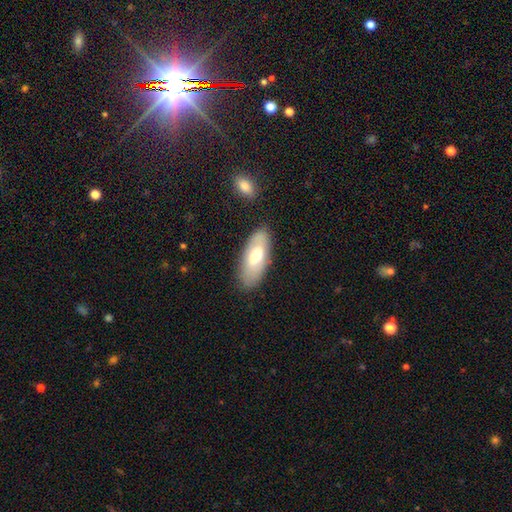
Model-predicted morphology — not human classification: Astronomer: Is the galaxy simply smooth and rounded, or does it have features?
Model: smooth — 60%.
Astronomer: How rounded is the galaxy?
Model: in between — 86%.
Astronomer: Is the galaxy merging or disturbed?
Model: none — 83%.